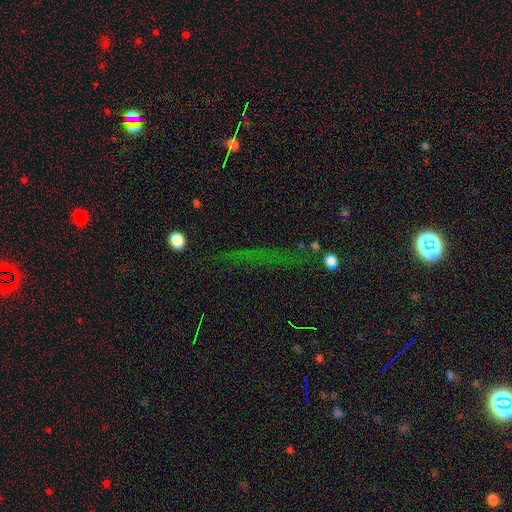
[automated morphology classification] This is likely a star or artifact rather than a galaxy (69%).